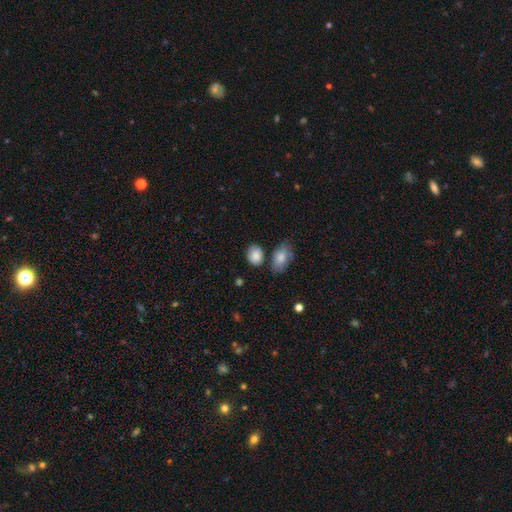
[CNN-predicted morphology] smooth-or-featured: smooth: 85% | star or artifact: 8% | featured or disk: 7%
  how-rounded: in between: 61% | round: 38% | cigar-shaped: 1%
  merging: none: 67% | minor disturbance: 19% | merger: 9% | major disturbance: 4%